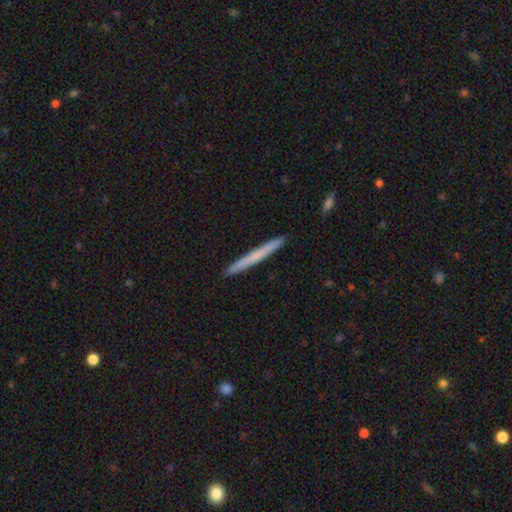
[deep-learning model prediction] Overall: smooth (56%; featured or disk 38%). How rounded: cigar-shaped (97%). Merging: none (93%).